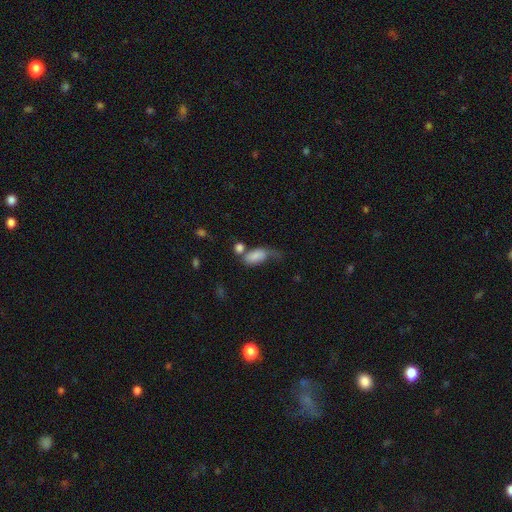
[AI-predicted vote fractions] smooth 76%, featured or disk 15%, star or artifact 9%. Down the decision tree: how rounded — in between (89%); merging — major disturbance (29%).